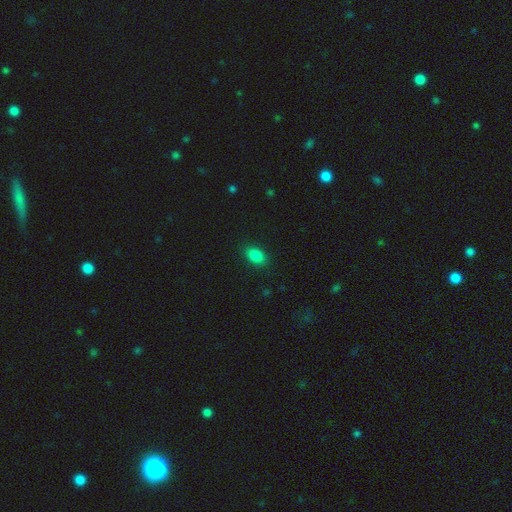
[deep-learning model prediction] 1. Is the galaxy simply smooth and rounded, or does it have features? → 86% smooth, 10% star or artifact, 4% featured or disk.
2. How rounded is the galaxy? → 88% in between, 10% round, 2% cigar-shaped.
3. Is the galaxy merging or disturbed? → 87% none, 9% minor disturbance, 3% major disturbance, 1% merger.